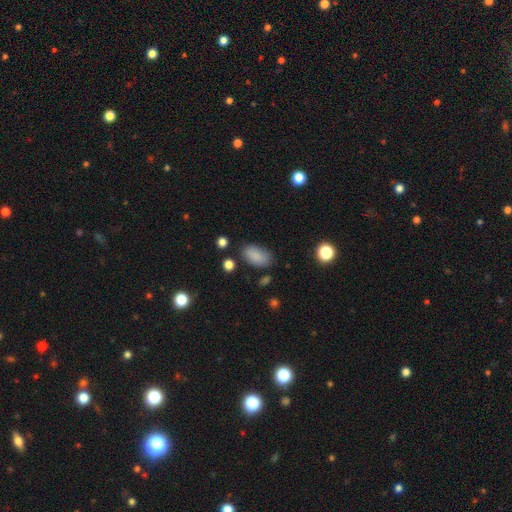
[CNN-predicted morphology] Smooth or featured: smooth — 86% (star or artifact — 8%)
How rounded: in between — 93% (round — 5%)
Merging: none — 75% (minor disturbance — 17%)